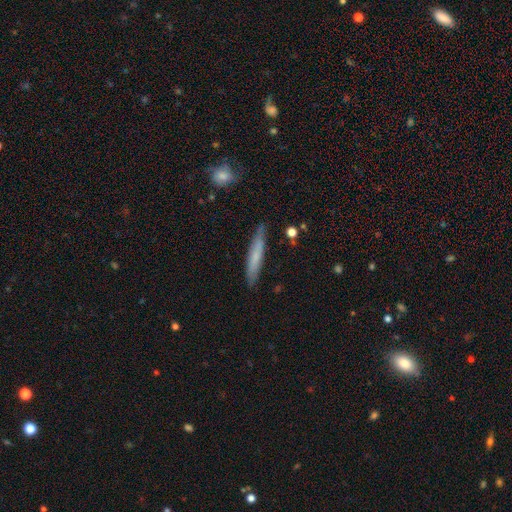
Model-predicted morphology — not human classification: A smooth galaxy with no disk features (66%) that is cigar-shaped (93%).

Vote fractions:
- Smooth or featured? smooth: 66% / featured or disk: 28% / star or artifact: 6%
- How rounded? cigar-shaped: 93% / in between: 6% / round: 1%
- Merging? none: 84% / minor disturbance: 13% / major disturbance: 2% / merger: 2%